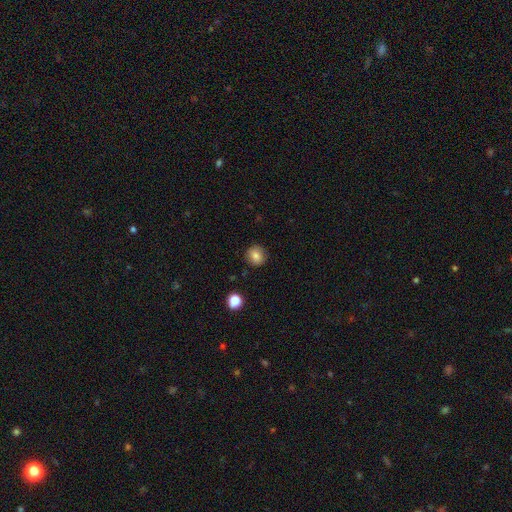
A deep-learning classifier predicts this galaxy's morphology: smooth_or_featured: smooth (p=0.80) [alt: star or artifact p=0.11]
how_rounded: round (p=0.89) [alt: in between p=0.10]
merging: none (p=0.88) [alt: minor disturbance p=0.08]